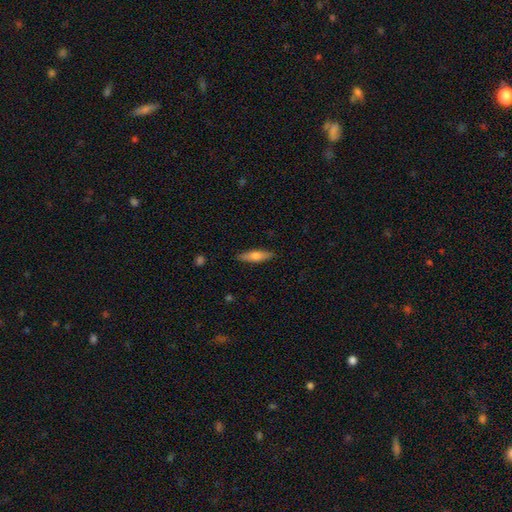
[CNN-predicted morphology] A smooth galaxy with no disk features (64%) that is cigar-shaped (65%).

Vote fractions:
- Smooth or featured? smooth: 64% / featured or disk: 30% / star or artifact: 6%
- How rounded? cigar-shaped: 65% / in between: 33% / round: 2%
- Merging? none: 88% / minor disturbance: 9% / major disturbance: 2% / merger: 1%